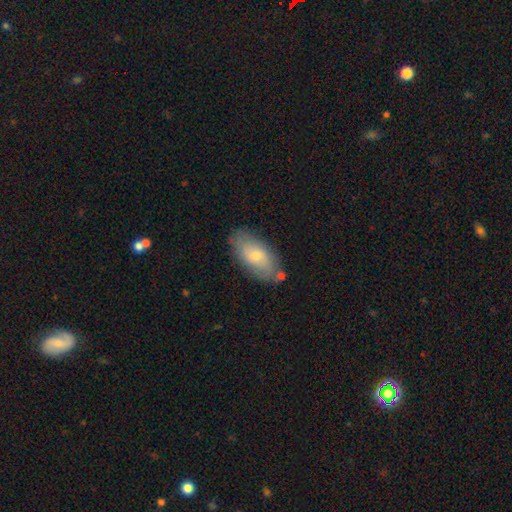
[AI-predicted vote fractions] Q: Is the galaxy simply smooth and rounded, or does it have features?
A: smooth — 62%.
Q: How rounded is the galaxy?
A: in between — 91%.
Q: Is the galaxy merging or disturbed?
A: none — 76%.